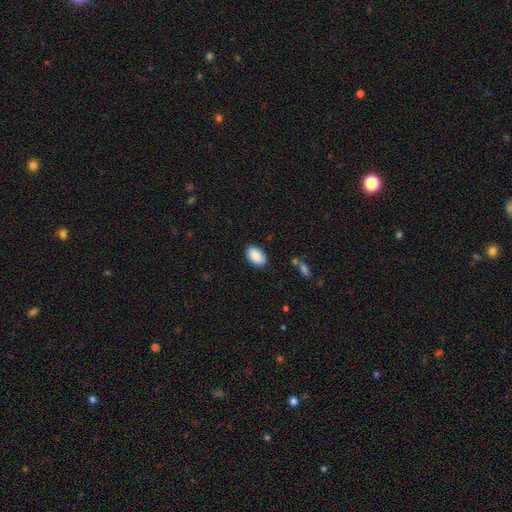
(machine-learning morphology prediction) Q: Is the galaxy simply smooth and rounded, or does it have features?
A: smooth — 89%.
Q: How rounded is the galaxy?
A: in between — 91%.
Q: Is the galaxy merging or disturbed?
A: none — 85%.